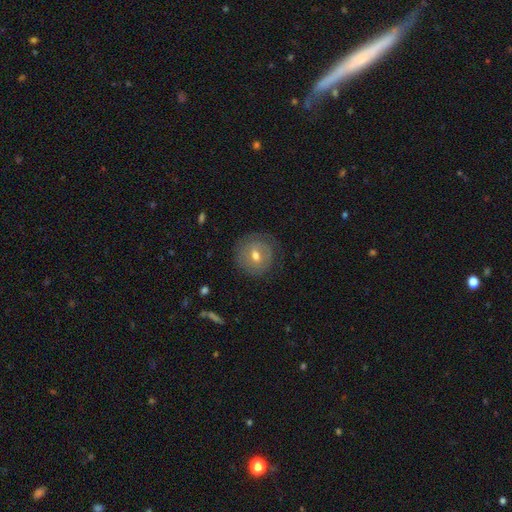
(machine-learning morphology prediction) This is possibly a smooth galaxy (47%). Merging: likely none (77%).